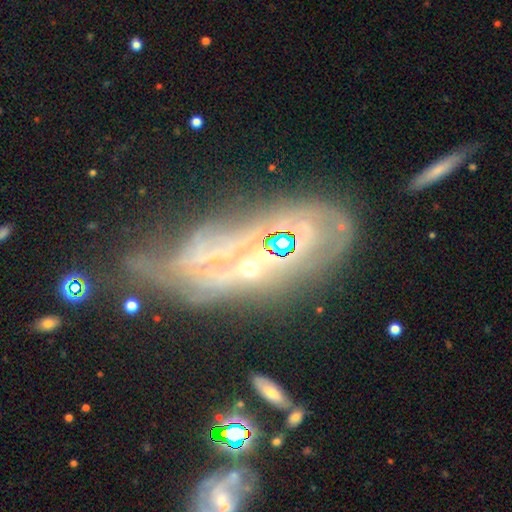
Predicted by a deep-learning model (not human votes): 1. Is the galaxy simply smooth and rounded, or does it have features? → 75% featured or disk, 13% star or artifact, 12% smooth.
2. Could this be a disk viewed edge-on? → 85% no, 15% yes.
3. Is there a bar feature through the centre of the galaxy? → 66% no, 22% weak, 12% strong.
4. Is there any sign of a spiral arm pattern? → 73% yes, 27% no.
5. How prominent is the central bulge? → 60% small, 25% moderate, 10% none, 4% large, 2% dominant.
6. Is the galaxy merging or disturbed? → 43% none, 22% minor disturbance, 19% major disturbance, 16% merger.